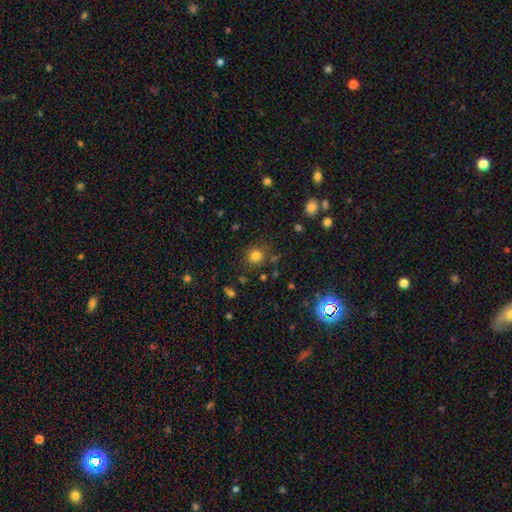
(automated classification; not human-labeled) The model was most divided on "smooth or featured": smooth: 79%, star or artifact: 15%, featured or disk: 6%. More confident: how rounded — round (91%); merging — none (83%).